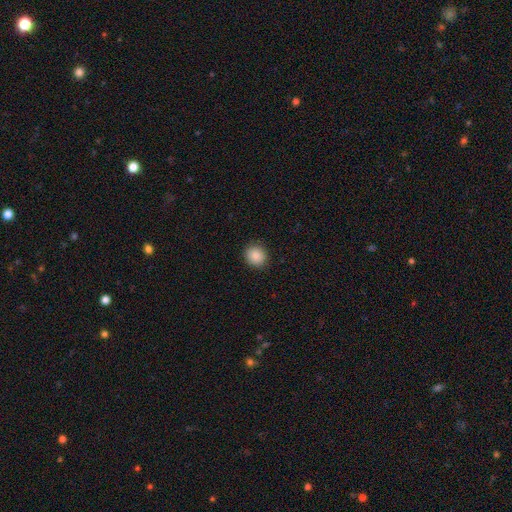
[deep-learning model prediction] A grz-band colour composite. It shows a smooth galaxy with no disk features (87%) that is round (82%). Merging: none (90%).